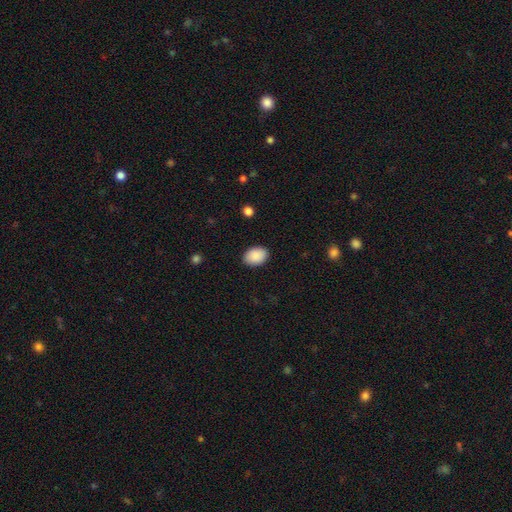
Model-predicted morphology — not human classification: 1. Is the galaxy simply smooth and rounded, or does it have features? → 90% smooth, 7% star or artifact, 3% featured or disk.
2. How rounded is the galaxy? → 80% in between, 19% round, 1% cigar-shaped.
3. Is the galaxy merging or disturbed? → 89% none, 8% minor disturbance, 2% major disturbance, 1% merger.